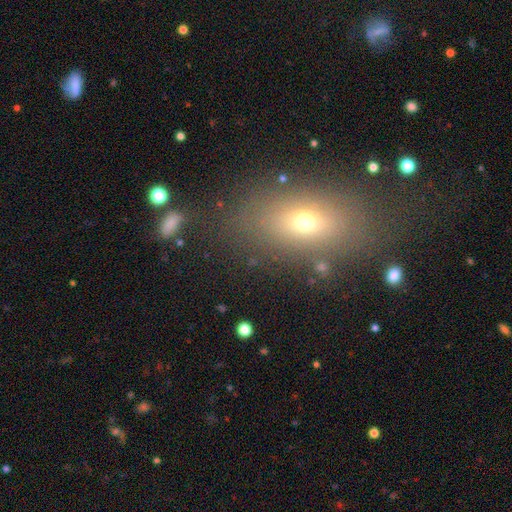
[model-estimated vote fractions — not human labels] Morphology: type=smooth (62%); roundness=in between (75%); merging=none (77%).